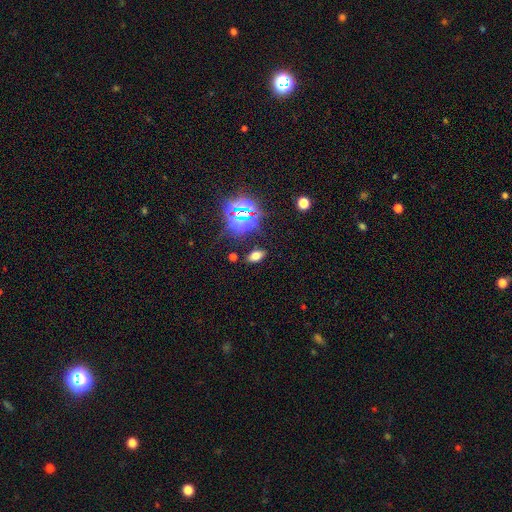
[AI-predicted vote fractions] smooth_or_featured: smooth (p=0.58) [alt: star or artifact p=0.31]
how_rounded: in between (p=0.87) [alt: round p=0.08]
merging: none (p=0.85) [alt: minor disturbance p=0.09]